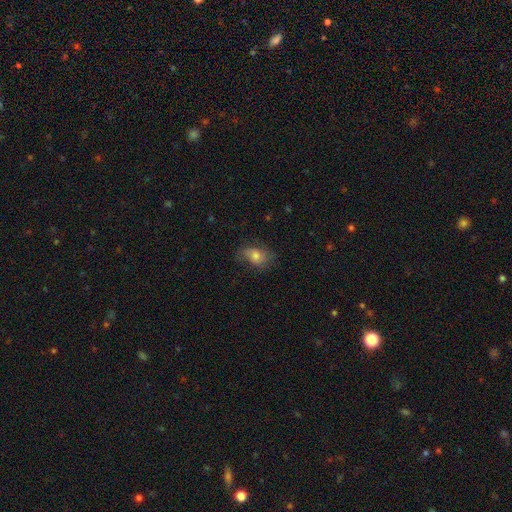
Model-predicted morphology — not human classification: smooth_or_featured: smooth (p=0.65) [alt: featured or disk p=0.26]
how_rounded: in between (p=0.77) [alt: round p=0.21]
merging: none (p=0.63) [alt: minor disturbance p=0.25]